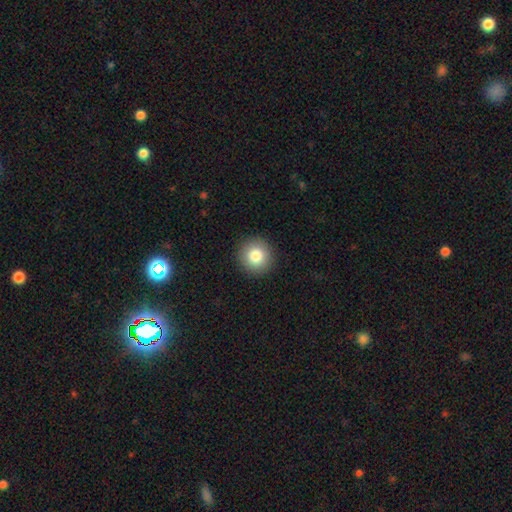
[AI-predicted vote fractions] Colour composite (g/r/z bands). It shows a smooth galaxy with no disk features (82%) that is round (95%). Merging: none (92%).